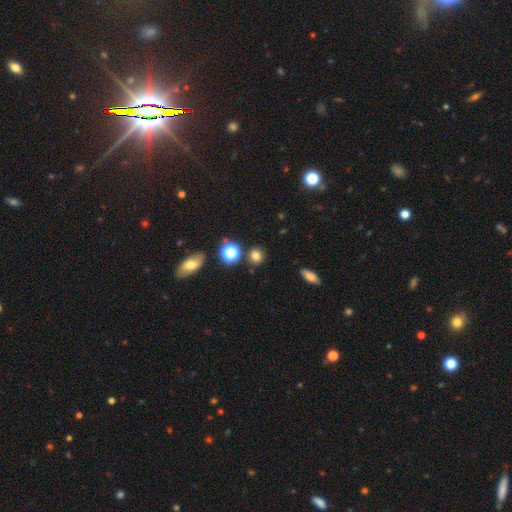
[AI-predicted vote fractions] Smooth or featured? smooth (75%)
How rounded? round (81%)
Merging? none (84%)